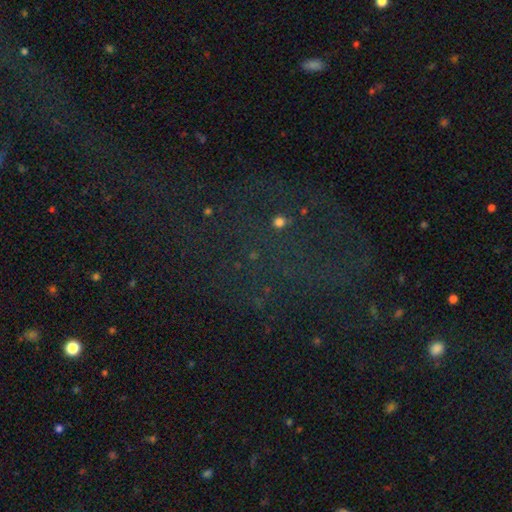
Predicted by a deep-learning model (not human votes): A star or artifact, not a galaxy (64%).

Vote fractions:
- Smooth or featured? star or artifact: 64% / featured or disk: 18% / smooth: 18%